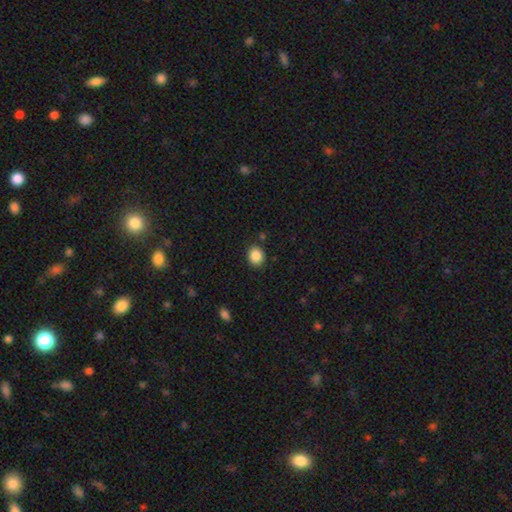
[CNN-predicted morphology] type=smooth (87%); roundness=round (68%); merging=none (88%).